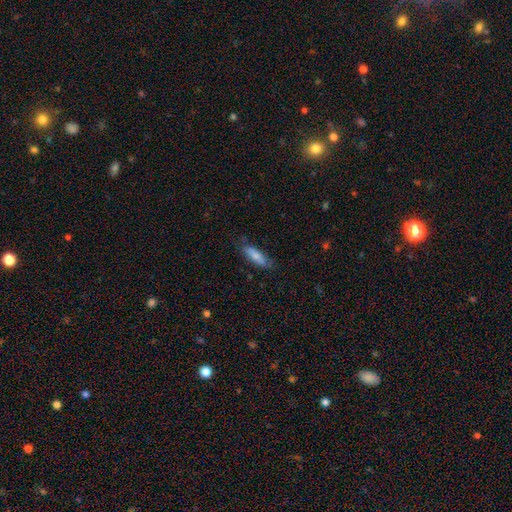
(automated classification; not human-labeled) A smooth galaxy with no disk features (75%) that is cigar-shaped (53%).

Vote fractions:
- Smooth or featured? smooth: 75% / featured or disk: 19% / star or artifact: 6%
- How rounded? cigar-shaped: 53% / in between: 45% / round: 2%
- Merging? none: 75% / minor disturbance: 19% / major disturbance: 4% / merger: 1%